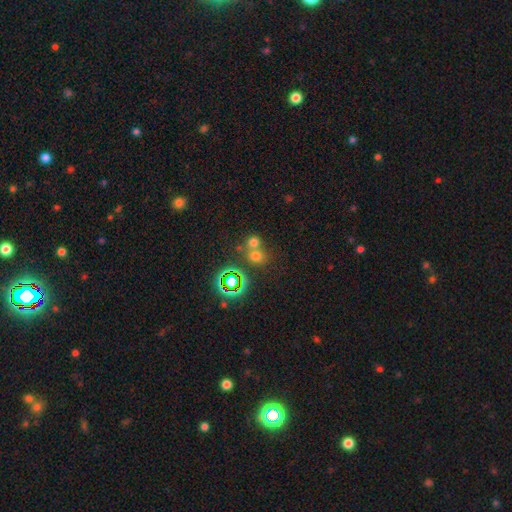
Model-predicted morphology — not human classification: Overall: smooth (59%; star or artifact 31%). How rounded: round (79%). Merging: none (47%; merger 44%).